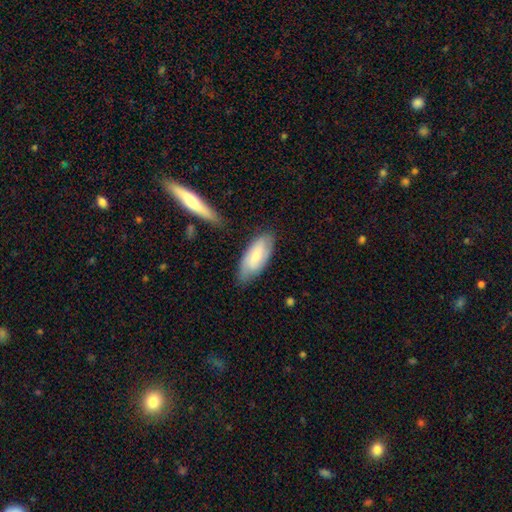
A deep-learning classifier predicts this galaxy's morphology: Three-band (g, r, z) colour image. It shows a smooth galaxy with no disk features (64%) that is in between round and cigar-shaped (82%). Merging: none (73%).